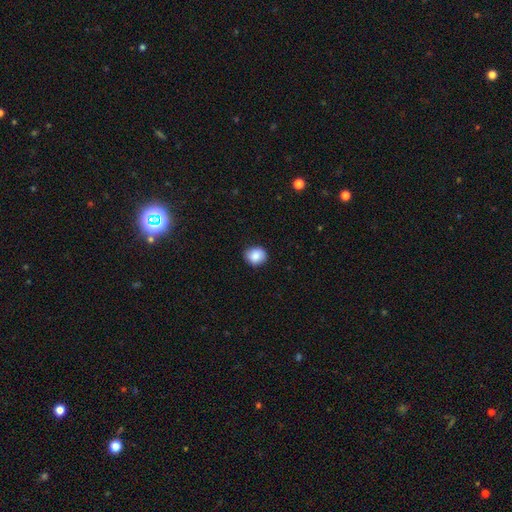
Morphology: type=smooth (85%); roundness=round (76%); merging=none (89%).